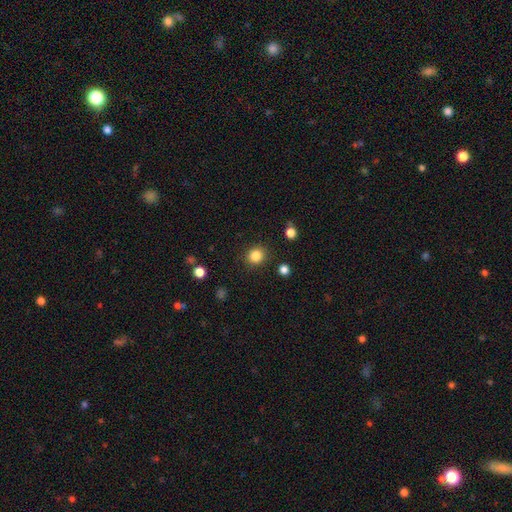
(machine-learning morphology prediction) smooth 85%, star or artifact 11%, featured or disk 4%. Down the decision tree: how rounded — round (85%); merging — none (88%).